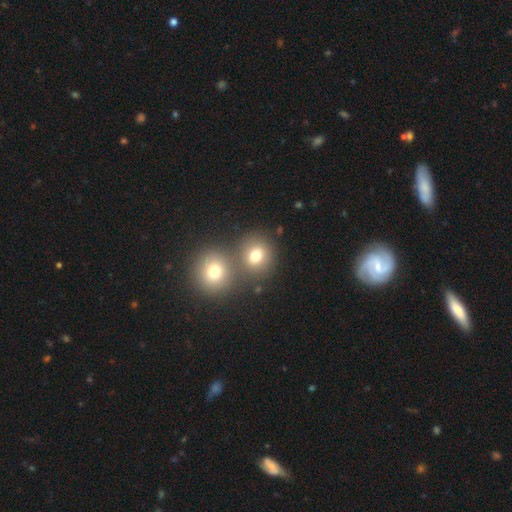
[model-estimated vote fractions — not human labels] Smooth or featured? Predicted: smooth (p=0.75). How rounded? Predicted: round (p=0.82). Merging? Predicted: none (p=0.55).